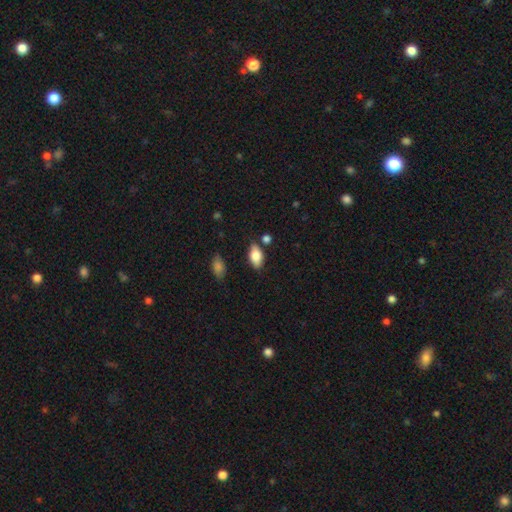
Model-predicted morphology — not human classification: This is clearly a smooth galaxy (81%). How rounded: clearly in between (91%). Merging: likely none (77%).